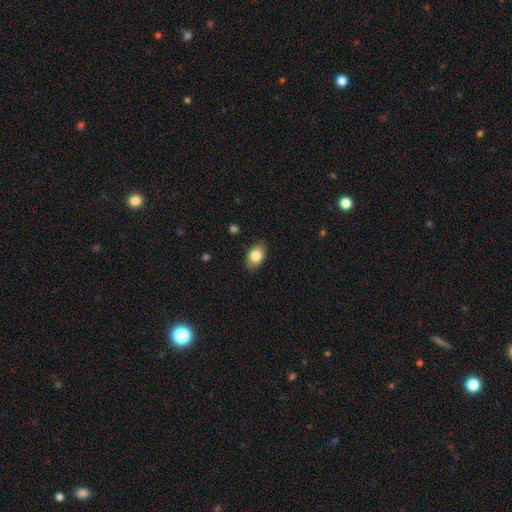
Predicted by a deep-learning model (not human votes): This is clearly a smooth galaxy (83%). How rounded: clearly in between (86%). Merging: clearly none (85%).